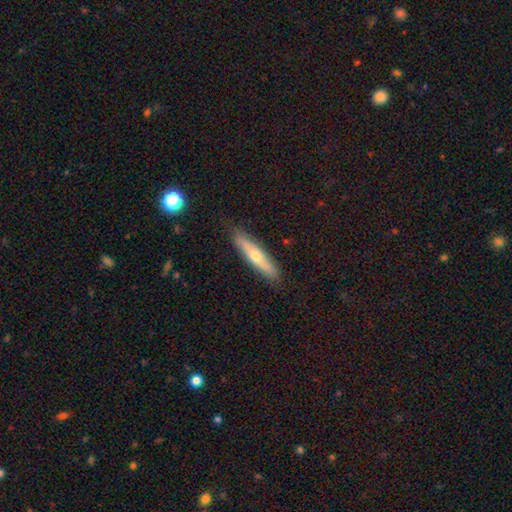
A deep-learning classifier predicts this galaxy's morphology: smooth-or-featured: featured or disk: 49% | smooth: 45% | star or artifact: 6%
  merging: none: 86% | minor disturbance: 10% | major disturbance: 2% | merger: 1%